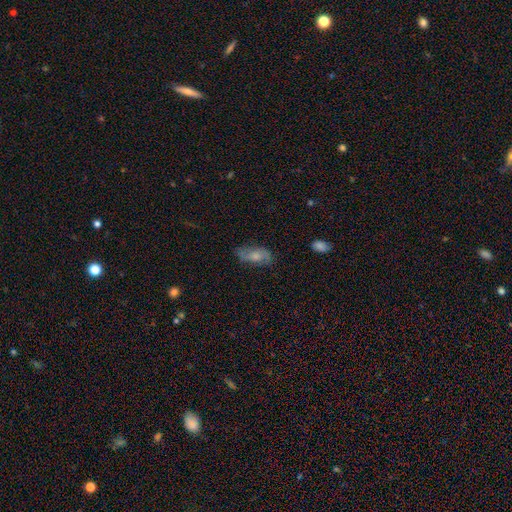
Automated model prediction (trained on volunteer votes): Smooth or featured: smooth — 59% (featured or disk — 33%)
How rounded: in between — 84% (cigar-shaped — 12%)
Merging: none — 70% (minor disturbance — 22%)